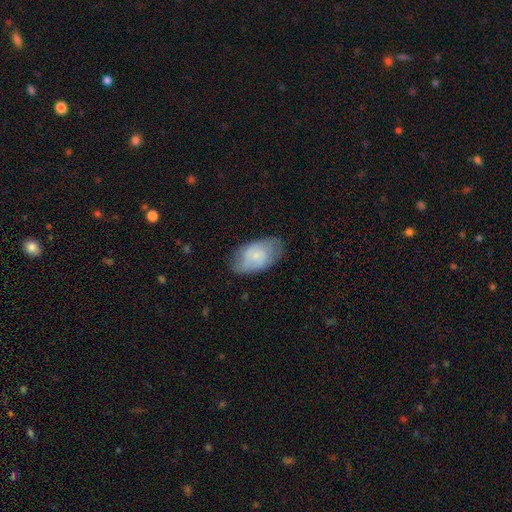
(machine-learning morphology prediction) Smooth or featured? smooth (50%)
Merging? none (71%)